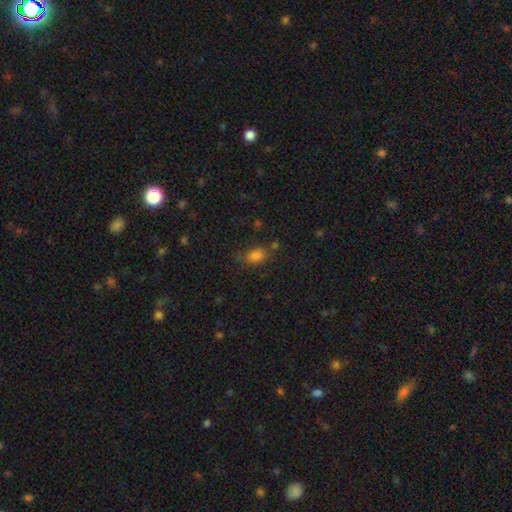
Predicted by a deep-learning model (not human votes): This appears to be a smooth galaxy with no disk features (80%) that is in between round and cigar-shaped (81%). Merging: none (60%).